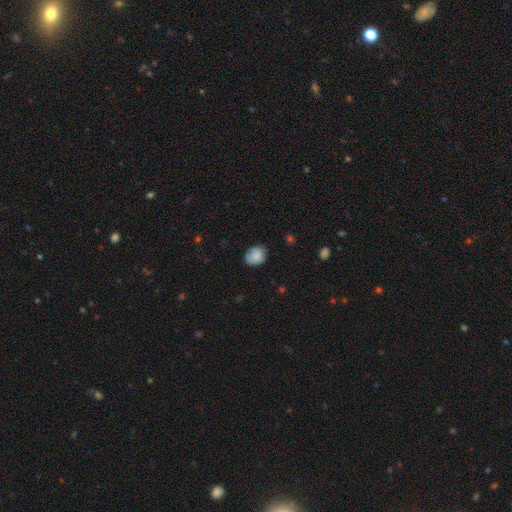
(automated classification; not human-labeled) This appears to be a smooth galaxy with no disk features (84%) that is round (50%). Merging: none (76%).